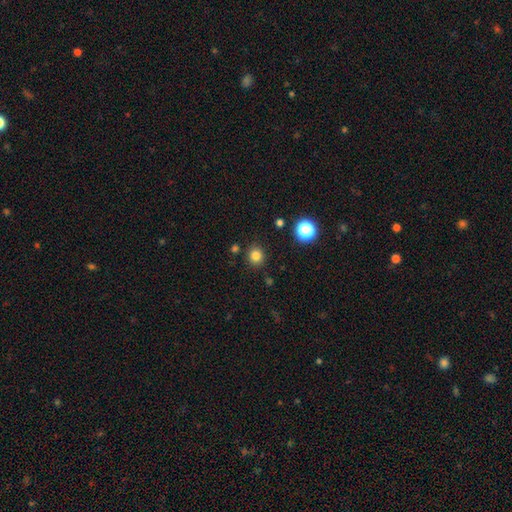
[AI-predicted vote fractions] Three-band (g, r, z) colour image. It shows a smooth galaxy with no disk features (81%) that is round (88%). Merging: none (88%).